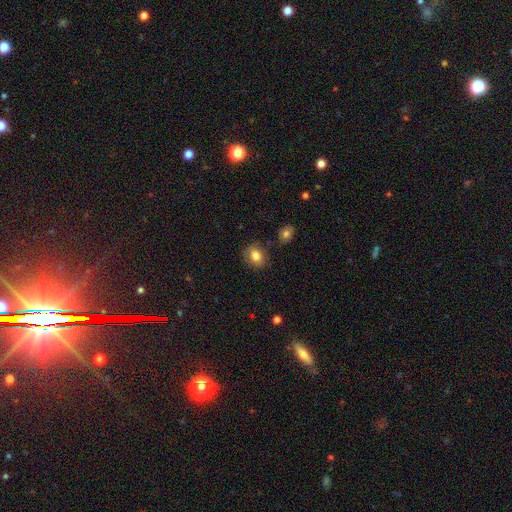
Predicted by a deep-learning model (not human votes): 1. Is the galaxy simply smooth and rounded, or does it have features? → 81% smooth, 10% featured or disk, 9% star or artifact.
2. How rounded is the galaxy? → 54% in between, 45% round, 1% cigar-shaped.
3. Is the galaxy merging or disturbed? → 81% none, 13% minor disturbance, 3% major disturbance, 3% merger.